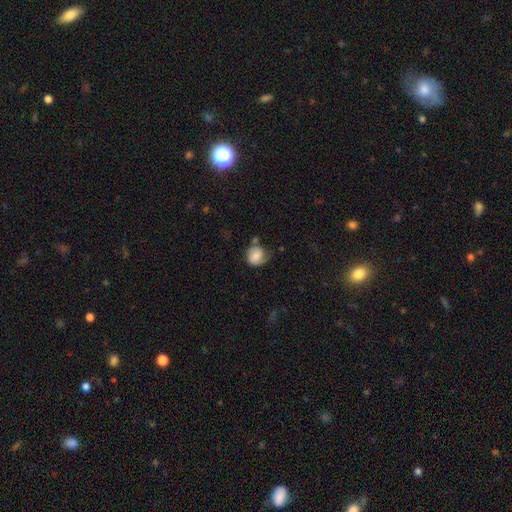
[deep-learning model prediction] The model was most divided on "merging": none: 46%, minor disturbance: 32%, major disturbance: 15%, merger: 7%. More confident: how rounded — round (75%); smooth or featured — smooth (74%).